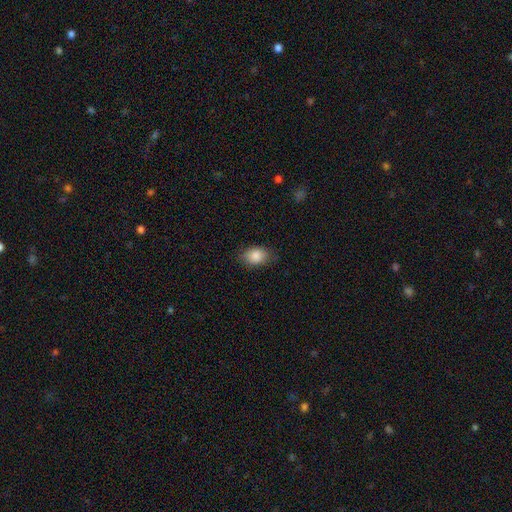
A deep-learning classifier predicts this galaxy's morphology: The model was most divided on "how rounded": in between: 80%, round: 18%, cigar-shaped: 1%. More confident: smooth or featured — smooth (86%); merging — none (80%).